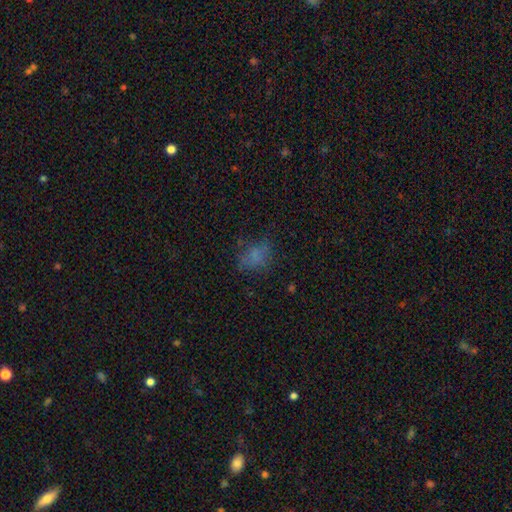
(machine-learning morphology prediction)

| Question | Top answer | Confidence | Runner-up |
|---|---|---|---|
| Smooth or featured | smooth | 65% | star or artifact (19%) |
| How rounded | in between | 62% | round (36%) |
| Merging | none | 61% | minor disturbance (21%) |